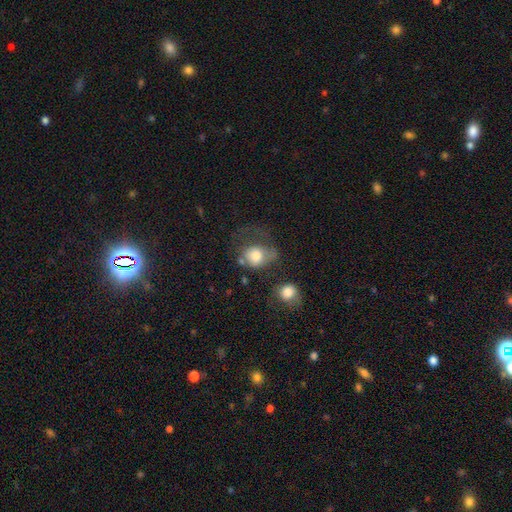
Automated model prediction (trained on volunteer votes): This is likely a smooth galaxy (72%). How rounded: possibly round (57%). Merging: marginally major disturbance (41%).